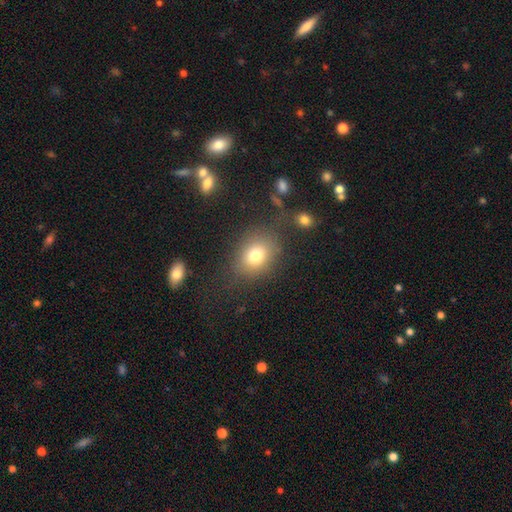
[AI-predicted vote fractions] This is likely a smooth galaxy (76%). How rounded: possibly round (51%). Merging: likely none (74%).